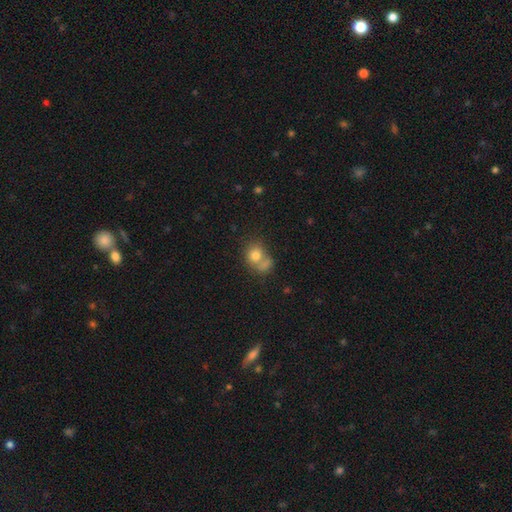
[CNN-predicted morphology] Smooth or featured? smooth (76%)
How rounded? round (66%)
Merging? merger (43%)